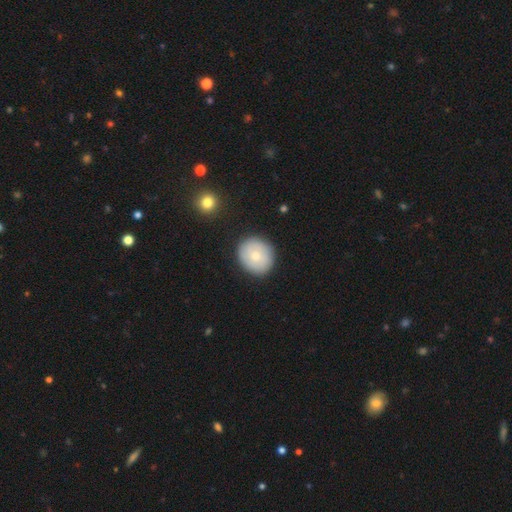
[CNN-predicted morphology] Smooth or featured: smooth — 71% (featured or disk — 22%)
How rounded: round — 84% (in between — 15%)
Merging: none — 88% (minor disturbance — 8%)